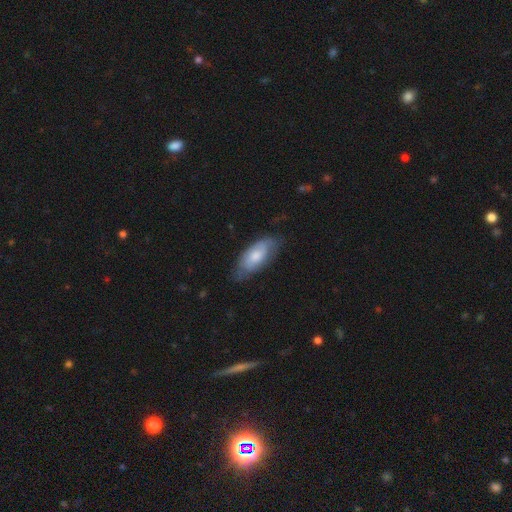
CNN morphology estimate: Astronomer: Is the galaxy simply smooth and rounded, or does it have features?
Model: smooth — 60%.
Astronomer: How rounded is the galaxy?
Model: in between — 88%.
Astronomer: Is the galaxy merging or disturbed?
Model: none — 61%.